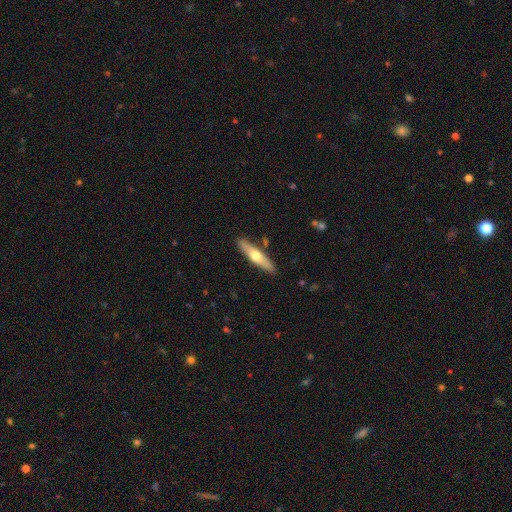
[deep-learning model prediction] A smooth galaxy with no disk features (51%) that is cigar-shaped (78%).

Vote fractions:
- Smooth or featured? smooth: 51% / featured or disk: 43% / star or artifact: 5%
- How rounded? cigar-shaped: 78% / in between: 20% / round: 2%
- Merging? none: 87% / minor disturbance: 9% / merger: 3% / major disturbance: 2%